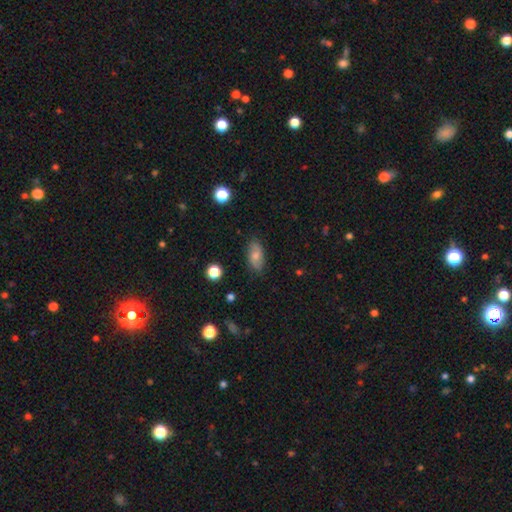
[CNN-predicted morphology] This appears to be a smooth galaxy with no disk features (70%) that is in between round and cigar-shaped (90%). Merging: none (81%).